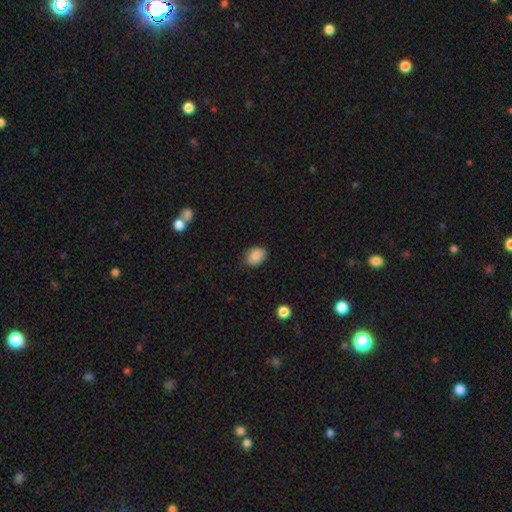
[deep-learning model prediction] The model was most divided on "how rounded": in between: 64%, round: 35%, cigar-shaped: 1%. More confident: smooth or featured — smooth (87%); merging — none (80%).